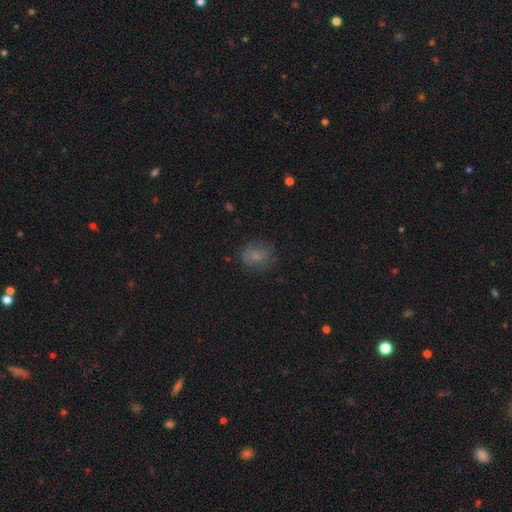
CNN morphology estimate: The model was most divided on "how rounded": round: 50%, in between: 49%, cigar-shaped: 1%. More confident: smooth or featured — smooth (72%); merging — none (71%).